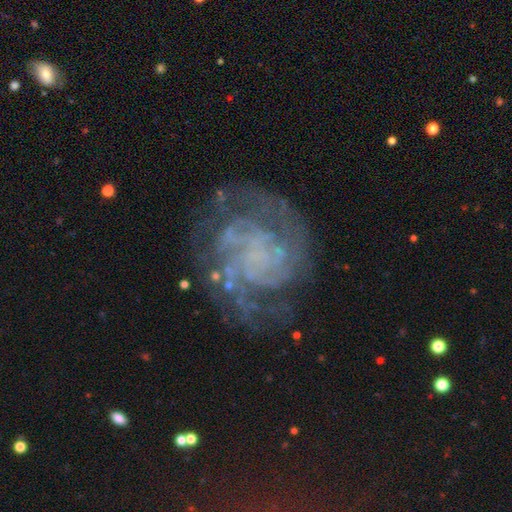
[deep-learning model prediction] featured or disk 84%, smooth 8%, star or artifact 8%. Down the decision tree: edge-on disk — no (98%); bar — no (77%); spiral arms — yes (91%); spiral arm count — can't tell (33%); spiral winding — tight (57%); bulge size — none (72%); merging — none (67%).